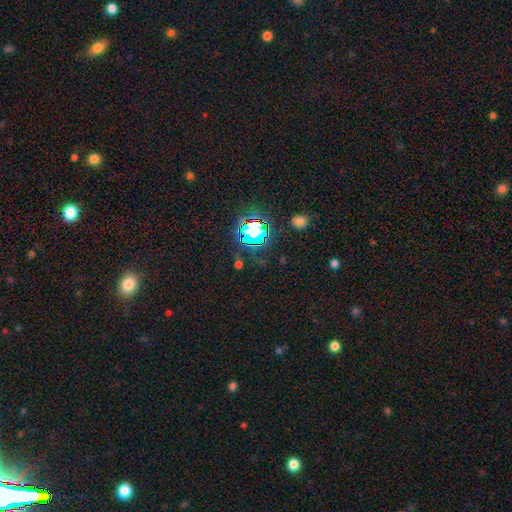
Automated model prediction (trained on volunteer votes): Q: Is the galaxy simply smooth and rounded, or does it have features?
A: star or artifact — 79%.